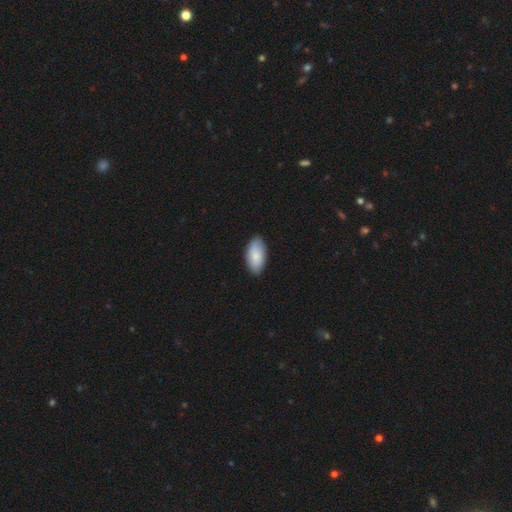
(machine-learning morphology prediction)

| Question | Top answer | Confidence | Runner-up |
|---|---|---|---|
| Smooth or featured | smooth | 83% | featured or disk (11%) |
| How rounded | in between | 95% | cigar-shaped (2%) |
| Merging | none | 86% | minor disturbance (11%) |